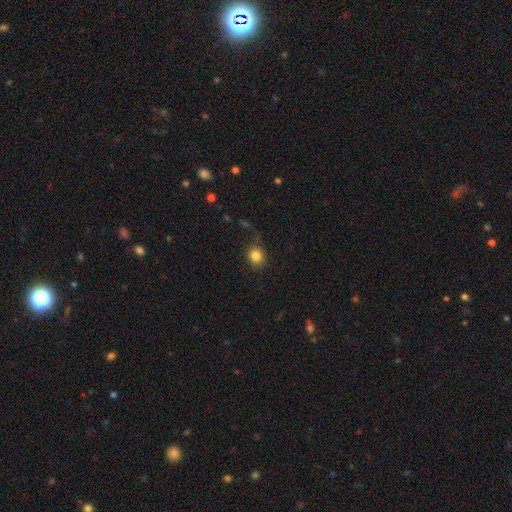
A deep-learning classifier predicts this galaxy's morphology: smooth_or_featured: smooth (p=0.83) [alt: star or artifact p=0.11]
how_rounded: round (p=0.78) [alt: in between p=0.21]
merging: none (p=0.80) [alt: minor disturbance p=0.14]